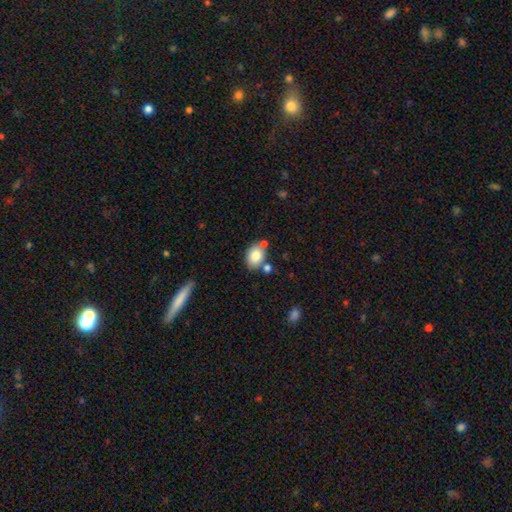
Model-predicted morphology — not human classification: Overall: smooth (81%). How rounded: in between (74%). Merging: none (68%).